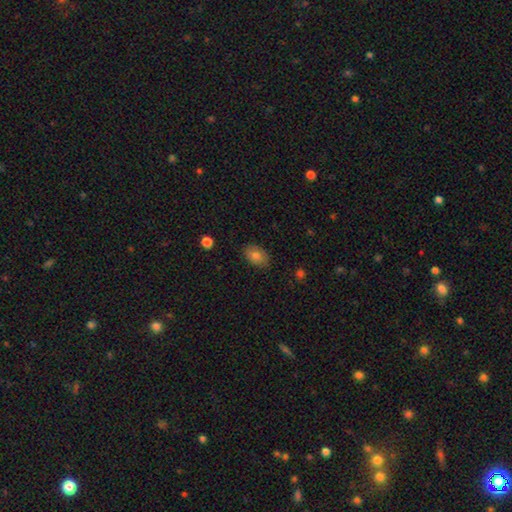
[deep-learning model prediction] This is clearly a smooth galaxy (80%). How rounded: clearly in between (84%). Merging: clearly none (85%).